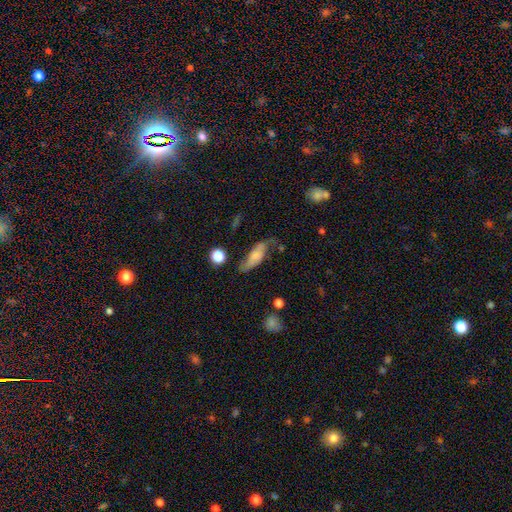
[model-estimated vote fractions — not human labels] Morphology: type=smooth (48%); merging=none (48%).